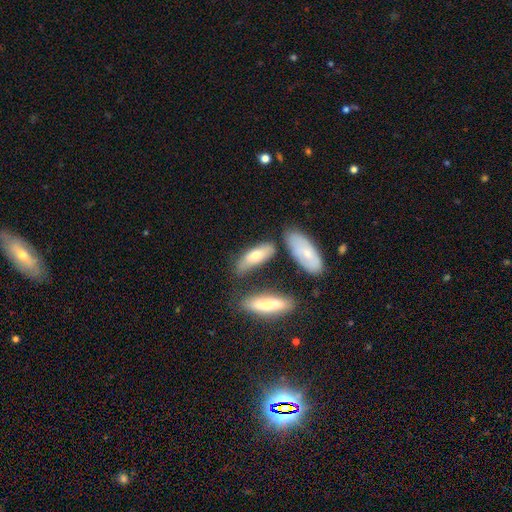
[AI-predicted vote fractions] smooth_or_featured: smooth (p=0.64) [alt: featured or disk p=0.29]
how_rounded: in between (p=0.61) [alt: cigar-shaped p=0.36]
merging: none (p=0.59) [alt: minor disturbance p=0.20]